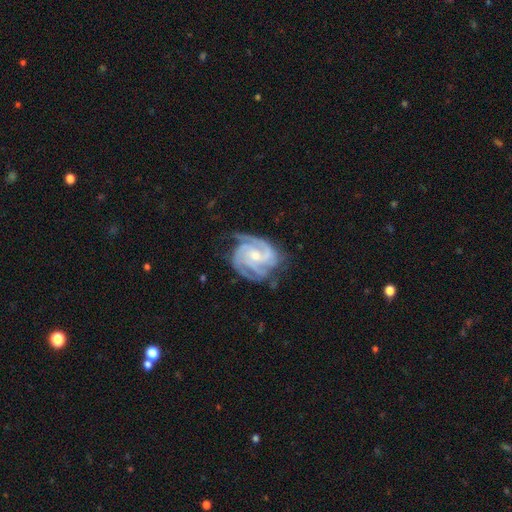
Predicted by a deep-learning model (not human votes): A featured or disk galaxy (92%) with no bar (55%), 3 (52%) tight (63%) spiral arms (98%) and a small central bulge (50%). Merging: none (69%).